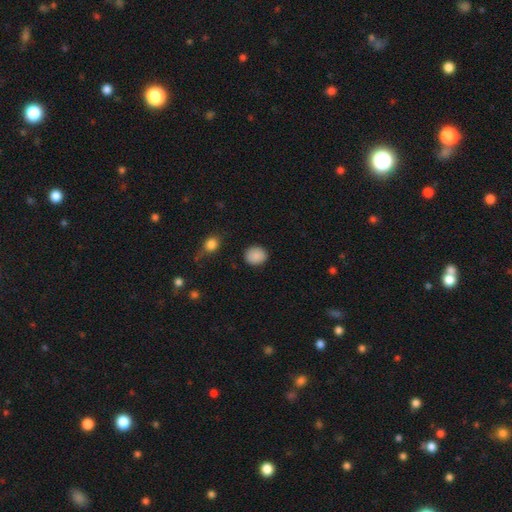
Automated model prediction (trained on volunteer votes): Smooth or featured: smooth — 89% (star or artifact — 8%)
How rounded: round — 75% (in between — 24%)
Merging: none — 88% (minor disturbance — 8%)